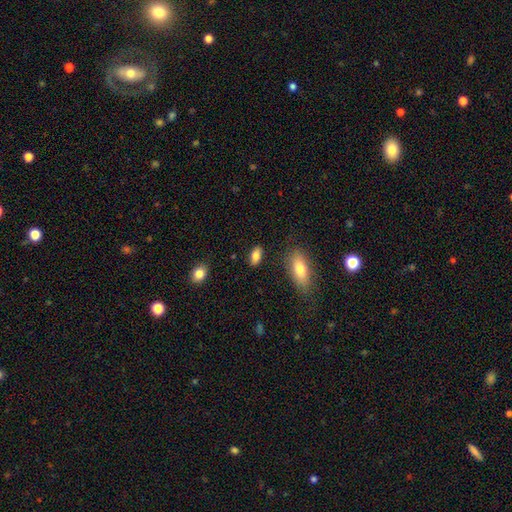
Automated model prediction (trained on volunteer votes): This appears to be a smooth galaxy with no disk features (82%) that is in between round and cigar-shaped (88%). Merging: none (84%).